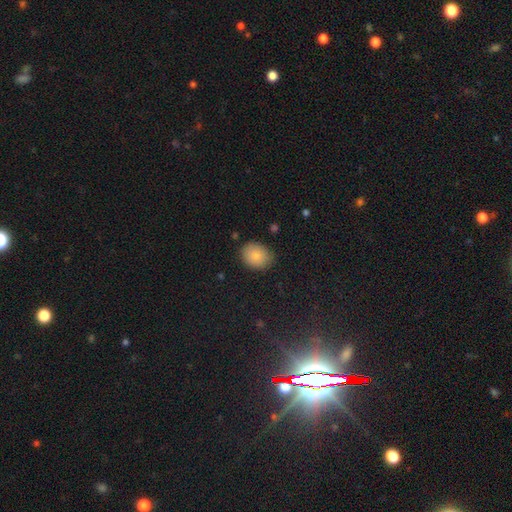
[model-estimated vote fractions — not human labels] smooth_or_featured: smooth (p=0.85) [alt: star or artifact p=0.09]
how_rounded: in between (p=0.54) [alt: round p=0.45]
merging: none (p=0.82) [alt: minor disturbance p=0.13]